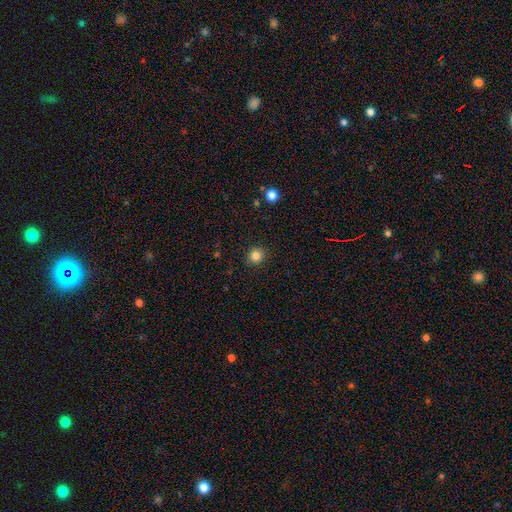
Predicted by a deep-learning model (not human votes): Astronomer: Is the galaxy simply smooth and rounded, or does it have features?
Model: smooth — 84%.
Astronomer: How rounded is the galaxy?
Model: round — 88%.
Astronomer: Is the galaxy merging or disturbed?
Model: none — 91%.